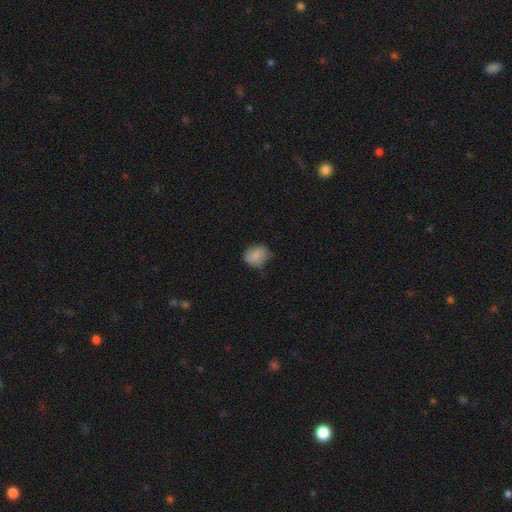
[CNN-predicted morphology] type=smooth (82%); roundness=round (54%); merging=none (62%).